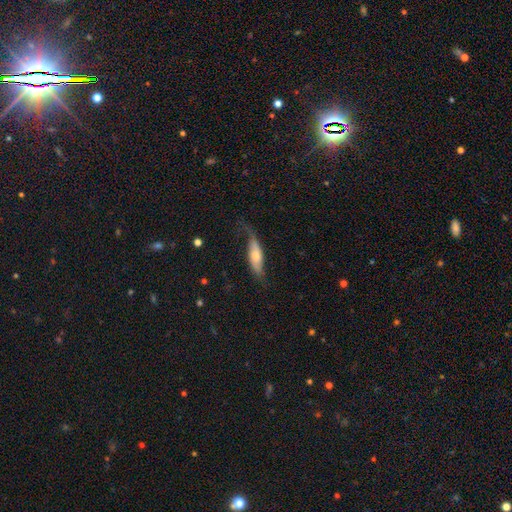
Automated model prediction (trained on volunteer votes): featured or disk 53%, smooth 41%, star or artifact 6%. Down the decision tree: edge-on disk — no (66%); merging — none (50%).